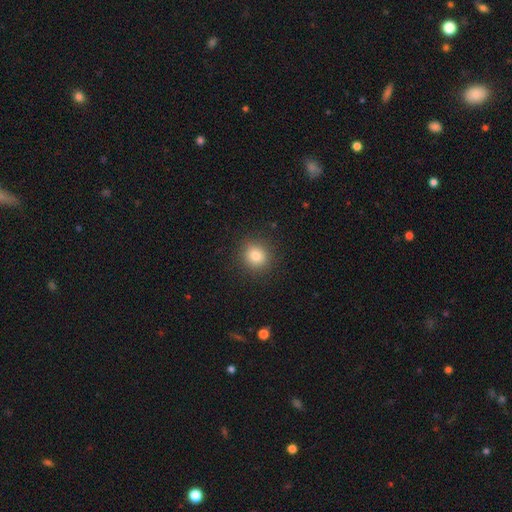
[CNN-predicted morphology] smooth-or-featured: smooth: 83% | star or artifact: 11% | featured or disk: 6%
  how-rounded: round: 85% | in between: 14% | cigar-shaped: 1%
  merging: none: 91% | minor disturbance: 6% | major disturbance: 2% | merger: 1%